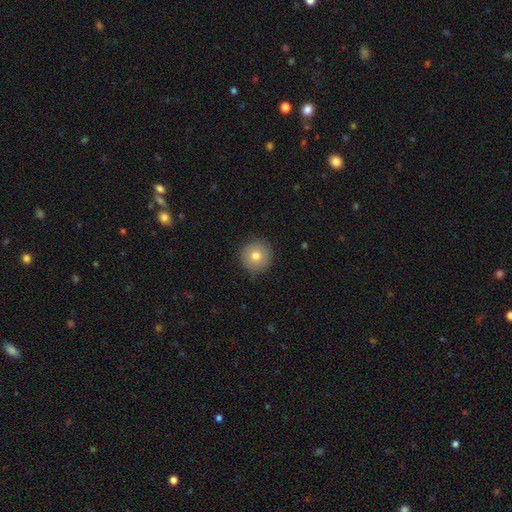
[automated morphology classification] smooth-or-featured: smooth: 76% | featured or disk: 14% | star or artifact: 9%
  how-rounded: round: 96% | in between: 3% | cigar-shaped: 1%
  merging: none: 86% | minor disturbance: 11% | major disturbance: 2% | merger: 1%